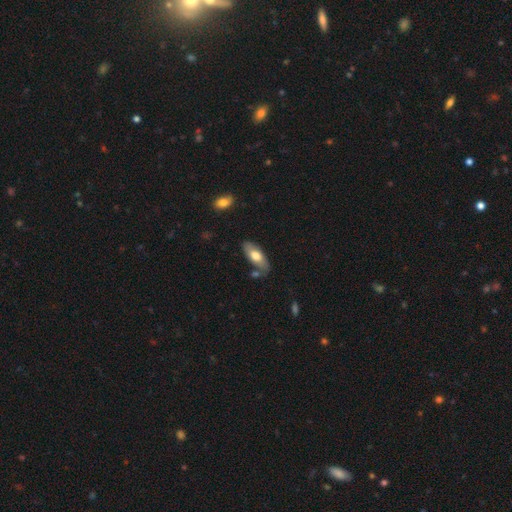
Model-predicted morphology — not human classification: Smooth or featured?
  - smooth: 67% *
  - featured or disk: 27%
  - star or artifact: 6%
How rounded?
  - in between: 84% *
  - cigar-shaped: 13%
  - round: 2%
Merging?
  - none: 72% *
  - minor disturbance: 17%
  - merger: 7%
  - major disturbance: 4%